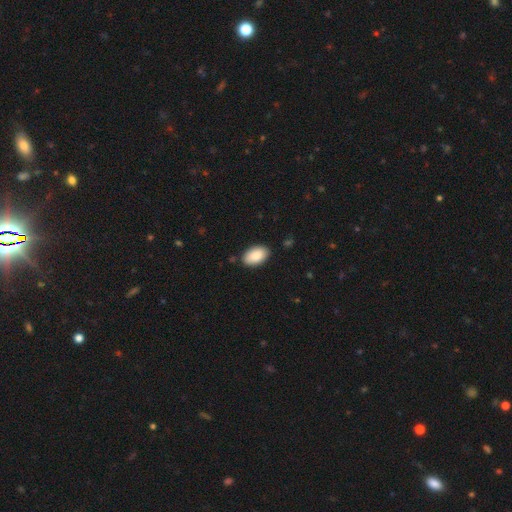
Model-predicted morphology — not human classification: A smooth galaxy with no disk features (88%) that is in between round and cigar-shaped (95%). Merging: none (86%).